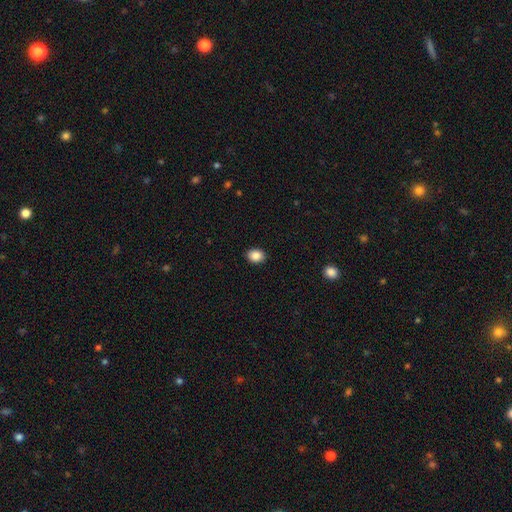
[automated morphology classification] Smooth or featured: smooth — 88% (star or artifact — 9%)
How rounded: in between — 57% (round — 42%)
Merging: none — 91% (minor disturbance — 7%)